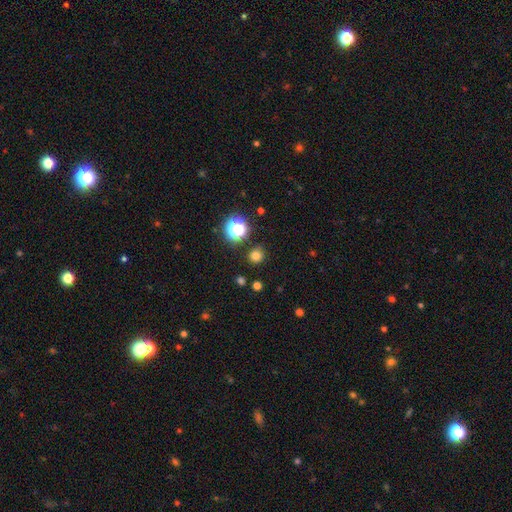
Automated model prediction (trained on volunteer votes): The model was most divided on "smooth or featured": smooth: 75%, star or artifact: 20%, featured or disk: 5%. More confident: how rounded — round (88%); merging — none (87%).